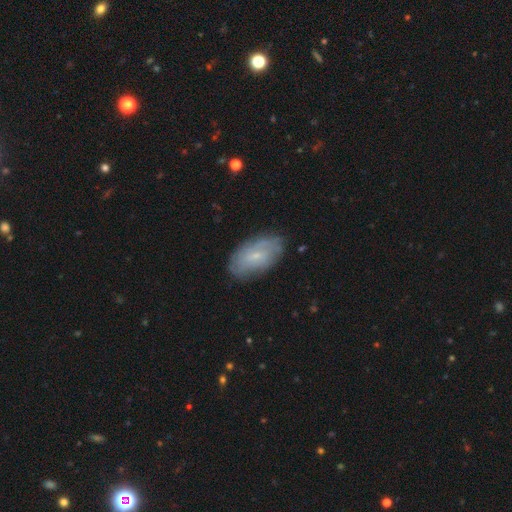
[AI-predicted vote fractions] featured or disk 53%, smooth 40%, star or artifact 7%. Down the decision tree: edge-on disk — no (92%); merging — none (78%).